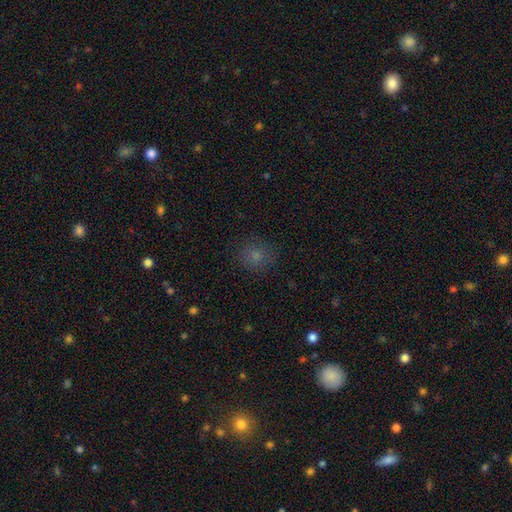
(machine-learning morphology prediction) smooth-or-featured: smooth: 76% | star or artifact: 16% | featured or disk: 7%
  how-rounded: round: 84% | in between: 15% | cigar-shaped: 1%
  merging: none: 83% | minor disturbance: 12% | major disturbance: 4% | merger: 1%